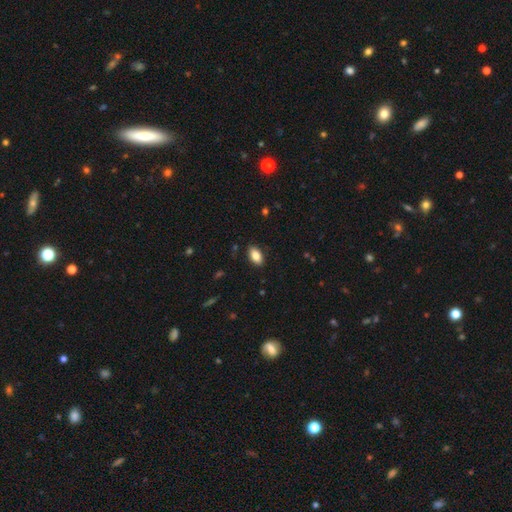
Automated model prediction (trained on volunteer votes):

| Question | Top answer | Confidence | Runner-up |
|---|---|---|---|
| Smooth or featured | smooth | 84% | featured or disk (8%) |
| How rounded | in between | 92% | round (5%) |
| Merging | none | 88% | minor disturbance (9%) |